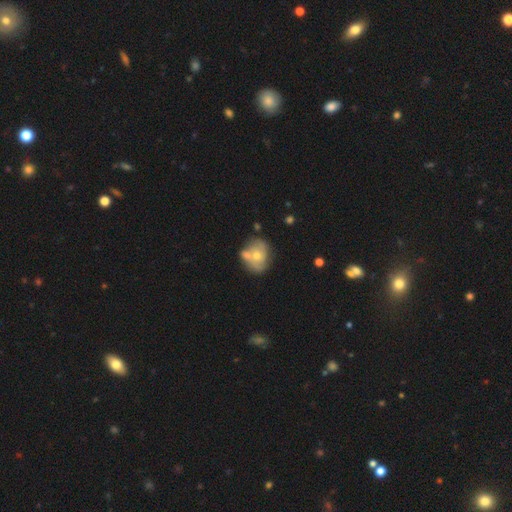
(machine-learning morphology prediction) This appears to be a smooth galaxy with no disk features (48%). Merging: none (40%).